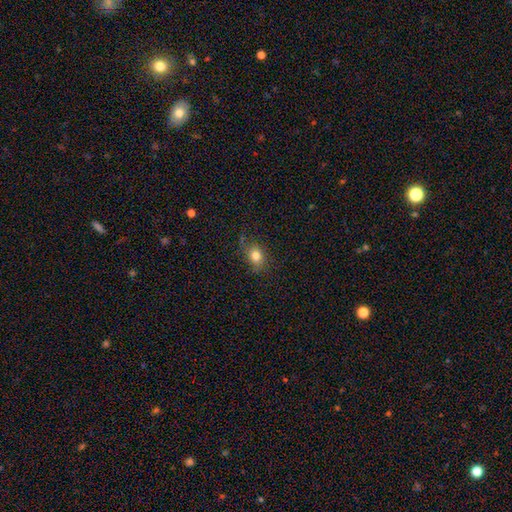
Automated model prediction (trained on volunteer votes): Smooth or featured? Predicted: smooth (p=0.79). How rounded? Predicted: in between (p=0.51). Merging? Predicted: none (p=0.74).